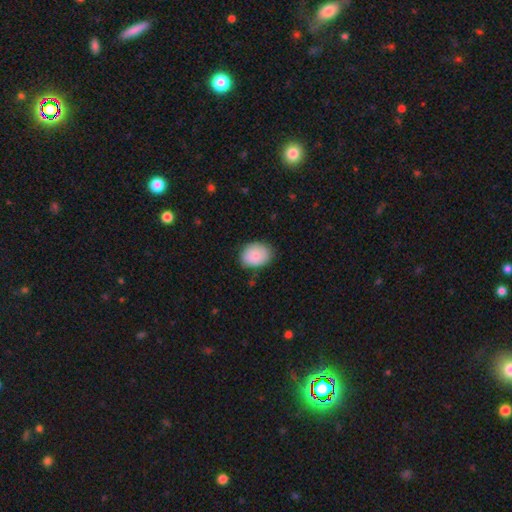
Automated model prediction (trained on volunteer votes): Smooth or featured: smooth — 81% (featured or disk — 12%)
How rounded: in between — 56% (round — 43%)
Merging: none — 77% (minor disturbance — 19%)